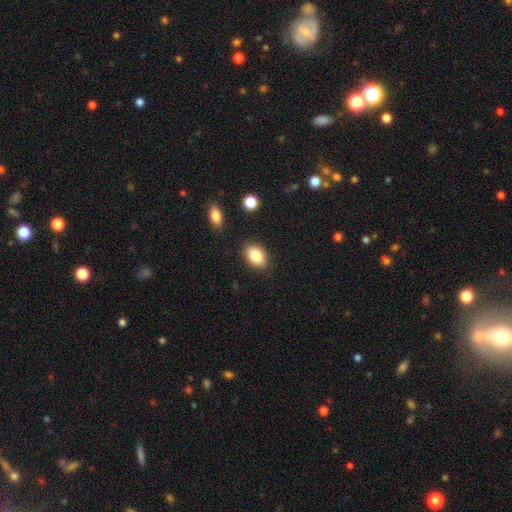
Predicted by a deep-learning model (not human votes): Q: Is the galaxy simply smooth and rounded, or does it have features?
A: smooth — 86%.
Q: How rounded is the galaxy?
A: in between — 85%.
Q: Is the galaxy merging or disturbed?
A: none — 86%.